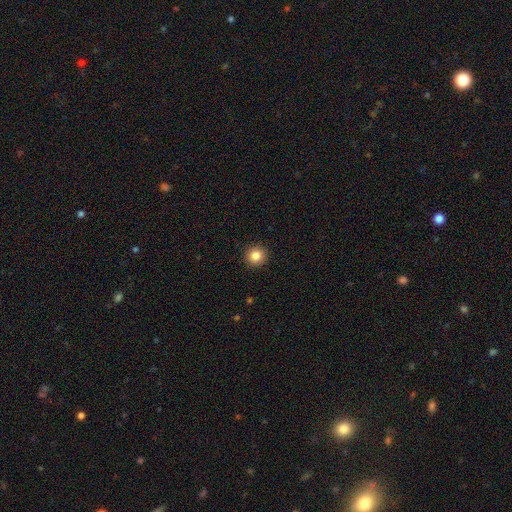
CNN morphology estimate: Smooth or featured? Predicted: smooth (p=0.85). How rounded? Predicted: round (p=0.94). Merging? Predicted: none (p=0.93).